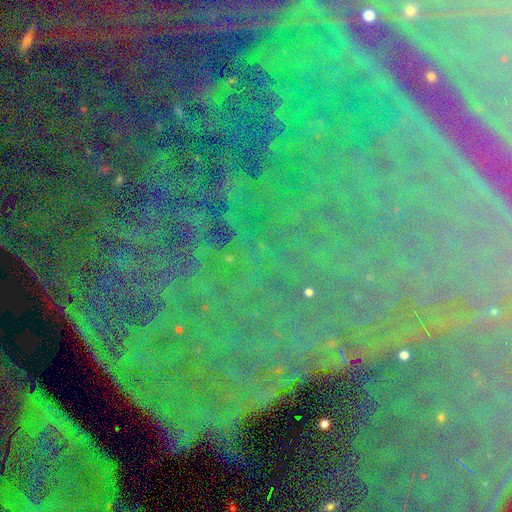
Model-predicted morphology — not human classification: smooth-or-featured: star or artifact: 85% | featured or disk: 8% | smooth: 7%